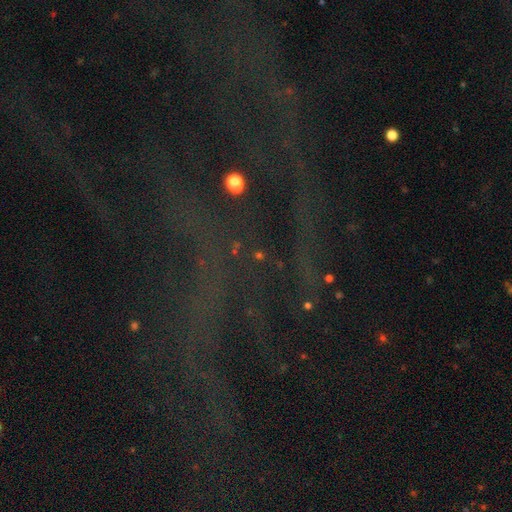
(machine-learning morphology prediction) The model was most divided on "smooth or featured": star or artifact: 75%, featured or disk: 14%, smooth: 11%.